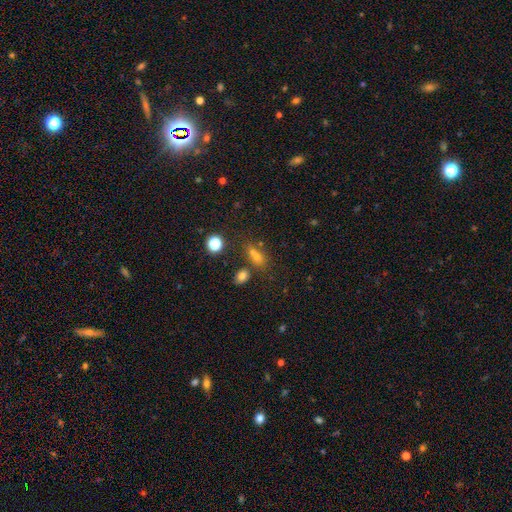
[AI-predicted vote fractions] Overall: smooth (59%; star or artifact 28%). How rounded: in between (60%; round 31%). Merging: none (55%; merger 28%).